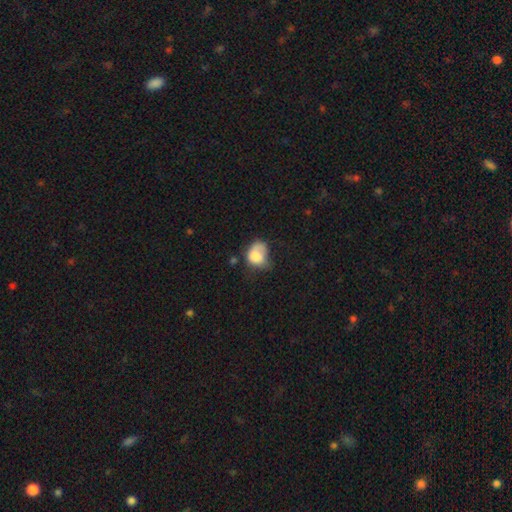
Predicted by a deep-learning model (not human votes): This appears to be a smooth galaxy with no disk features (73%) that is in between round and cigar-shaped (57%). Merging: minor disturbance (33%).